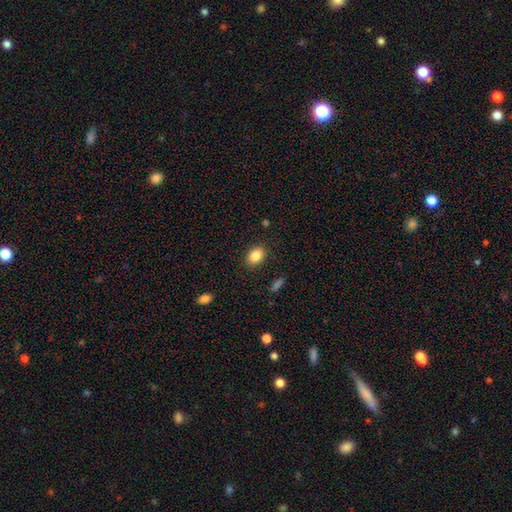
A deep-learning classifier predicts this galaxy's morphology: Smooth or featured: smooth — 85% (star or artifact — 9%)
How rounded: in between — 70% (round — 28%)
Merging: none — 88% (minor disturbance — 9%)